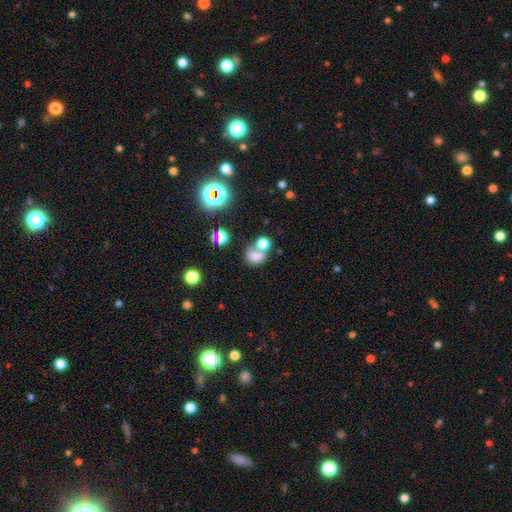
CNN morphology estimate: This is likely a smooth galaxy (69%). How rounded: possibly in between (56%). Merging: possibly merger (45%).